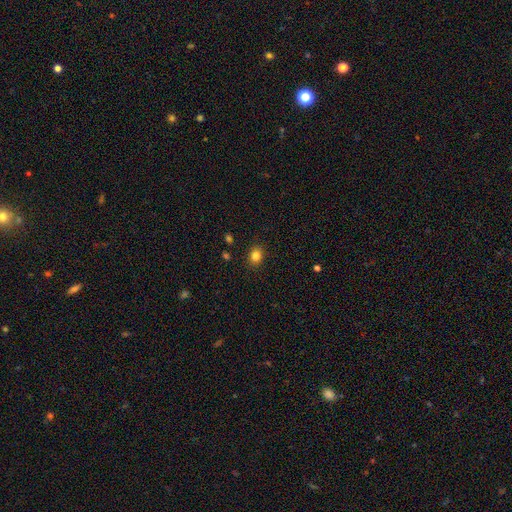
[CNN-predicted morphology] smooth_or_featured: smooth (p=0.84) [alt: star or artifact p=0.11]
how_rounded: in between (p=0.50) [alt: round p=0.49]
merging: none (p=0.89) [alt: minor disturbance p=0.08]